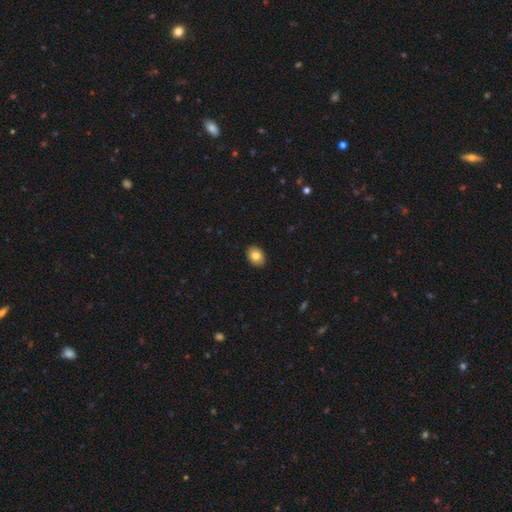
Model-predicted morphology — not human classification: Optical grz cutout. It shows a smooth galaxy with no disk features (82%) that is in between round and cigar-shaped (68%). Merging: none (91%).